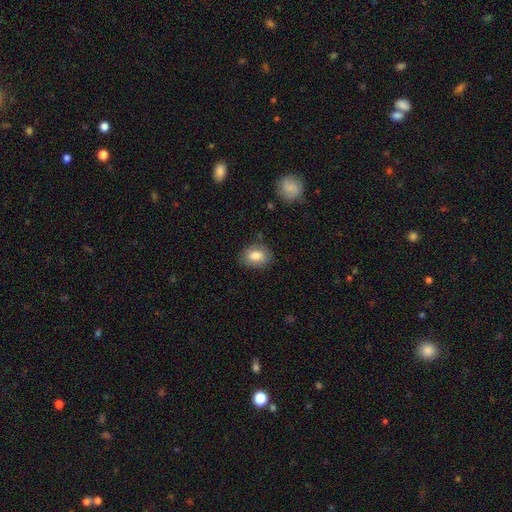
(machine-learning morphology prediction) Smooth or featured? Predicted: smooth (p=0.80). How rounded? Predicted: in between (p=0.68). Merging? Predicted: none (p=0.78).